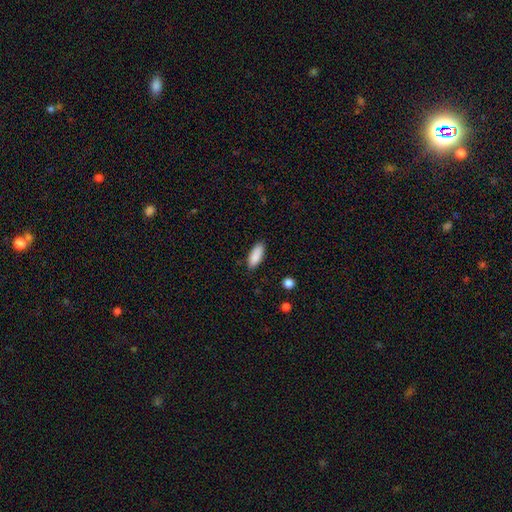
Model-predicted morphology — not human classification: type=smooth (89%); roundness=in between (74%); merging=none (87%).